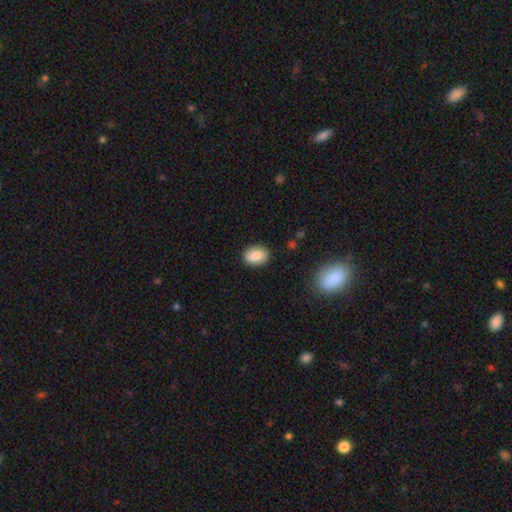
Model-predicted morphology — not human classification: A smooth galaxy with no disk features (82%) that is in between round and cigar-shaped (76%).

Vote fractions:
- Smooth or featured? smooth: 82% / featured or disk: 10% / star or artifact: 8%
- How rounded? in between: 76% / round: 23% / cigar-shaped: 2%
- Merging? none: 86% / minor disturbance: 10% / major disturbance: 2% / merger: 1%